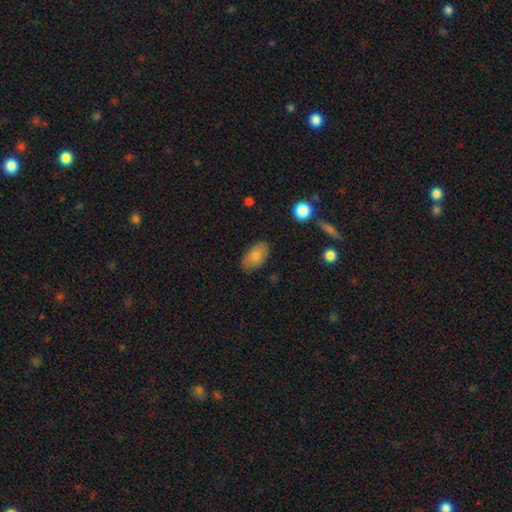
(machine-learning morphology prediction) smooth 75%, featured or disk 17%, star or artifact 8%. Down the decision tree: how rounded — in between (92%); merging — none (80%).